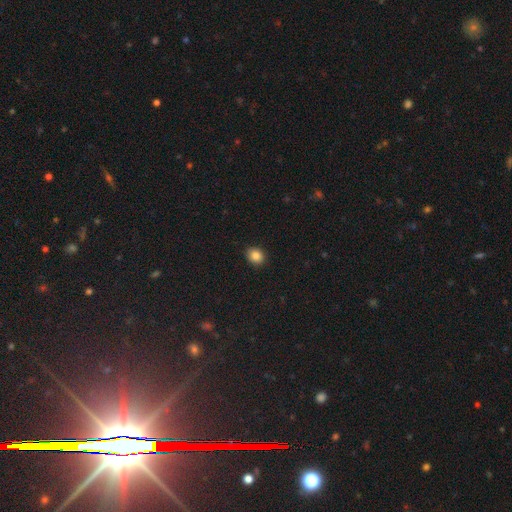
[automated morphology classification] The model was most divided on "how rounded": round: 59%, in between: 40%, cigar-shaped: 1%. More confident: merging — none (90%); smooth or featured — smooth (86%).